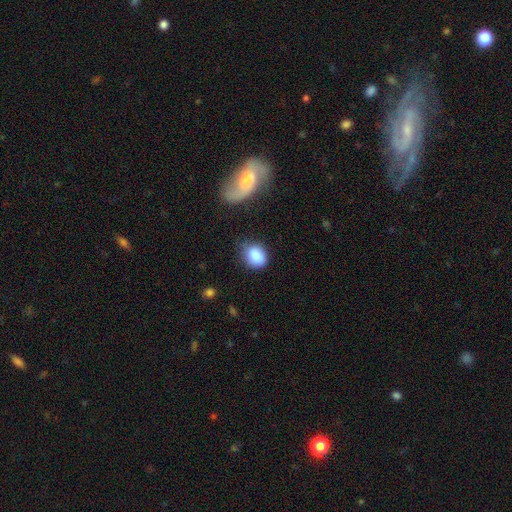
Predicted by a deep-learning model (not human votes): A smooth galaxy with no disk features (86%) that is in between round and cigar-shaped (51%).

Vote fractions:
- Smooth or featured? smooth: 86% / star or artifact: 8% / featured or disk: 6%
- How rounded? in between: 51% / round: 48% / cigar-shaped: 1%
- Merging? none: 63% / minor disturbance: 26% / major disturbance: 7% / merger: 4%